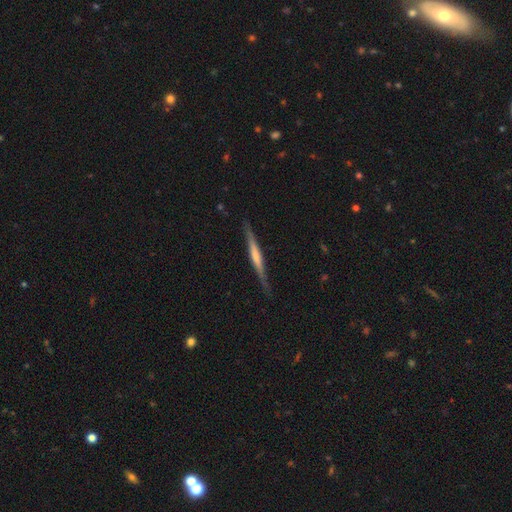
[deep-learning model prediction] Q: Smooth or featured?
A: featured or disk (61%); runner-up: smooth (34%)
Q: Edge-on disk?
A: yes (97%); runner-up: no (3%)
Q: Edge-on bulge?
A: none (47%); runner-up: rounded (32%)
Q: Merging?
A: none (85%); runner-up: minor disturbance (12%)